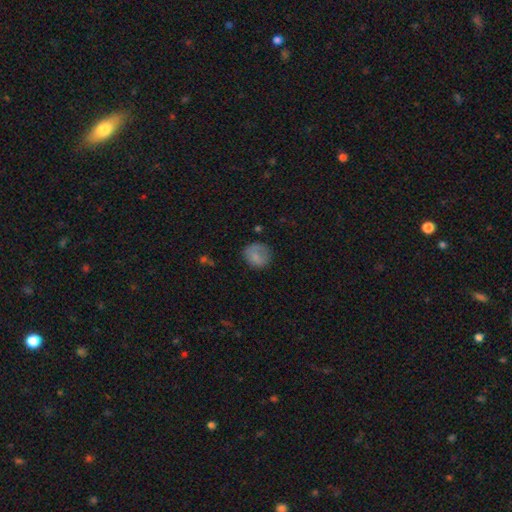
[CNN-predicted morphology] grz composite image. It shows a smooth galaxy with no disk features (77%) that is round (79%). Merging: none (66%).